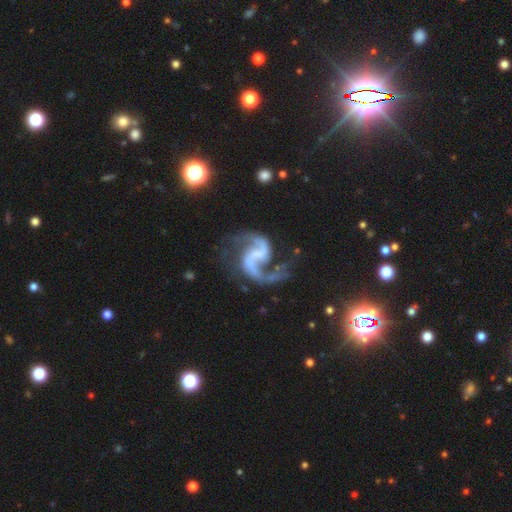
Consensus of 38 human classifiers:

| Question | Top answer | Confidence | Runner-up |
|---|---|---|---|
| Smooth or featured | featured or disk | 95% | smooth (3%) |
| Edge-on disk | no | 100% | — |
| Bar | no | 58% | weak (33%) |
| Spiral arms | yes | 97% | no (3%) |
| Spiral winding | loose | 69% | medium (31%) |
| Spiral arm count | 2 | 94% | 1 (3%) |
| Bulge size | none | 58% | small (25%) |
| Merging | none | 65% | major disturbance (19%) |